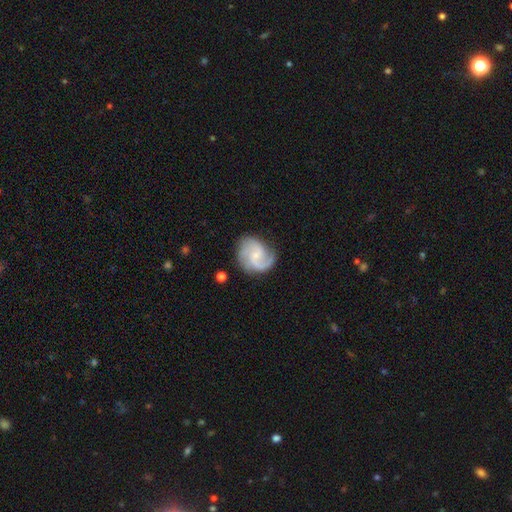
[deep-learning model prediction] Q: Smooth or featured?
A: featured or disk (82%); runner-up: smooth (12%)
Q: Edge-on disk?
A: no (98%); runner-up: yes (2%)
Q: Bar?
A: no (54%); runner-up: weak (40%)
Q: Spiral arms?
A: yes (97%); runner-up: no (3%)
Q: Spiral winding?
A: medium (52%); runner-up: loose (26%)
Q: Spiral arm count?
A: 2 (58%); runner-up: 3 (21%)
Q: Bulge size?
A: small (66%); runner-up: moderate (20%)
Q: Merging?
A: none (71%); runner-up: minor disturbance (19%)